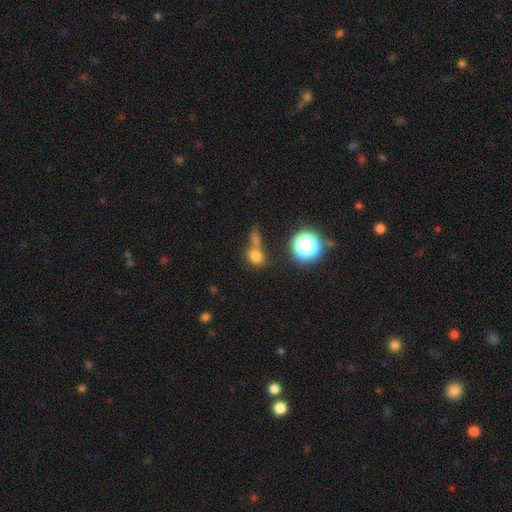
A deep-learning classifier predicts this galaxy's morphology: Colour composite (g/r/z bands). It shows a smooth galaxy with no disk features (72%) that is round (65%). Merging: none (43%).